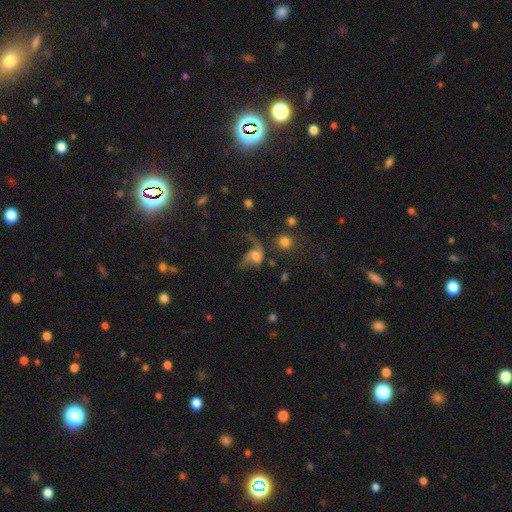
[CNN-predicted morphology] The model was most divided on "bulge size": moderate: 40%, small: 24%, large: 19%, none: 13%, dominant: 4%. More confident: edge-on disk — no (96%); spiral arms — yes (78%); bar — no (63%); smooth or featured — featured or disk (56%); merging — major disturbance (50%).